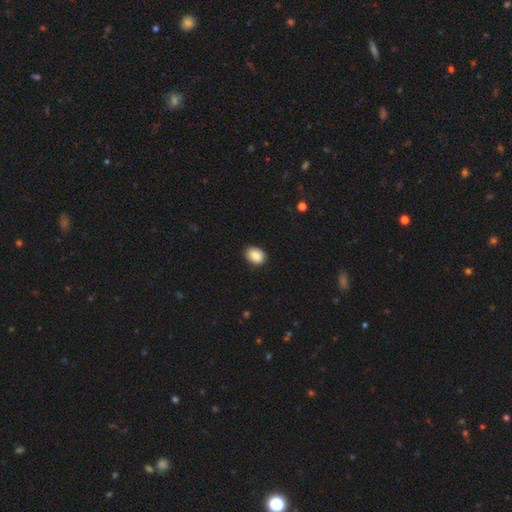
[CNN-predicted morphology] type=smooth (89%); roundness=in between (72%); merging=none (88%).